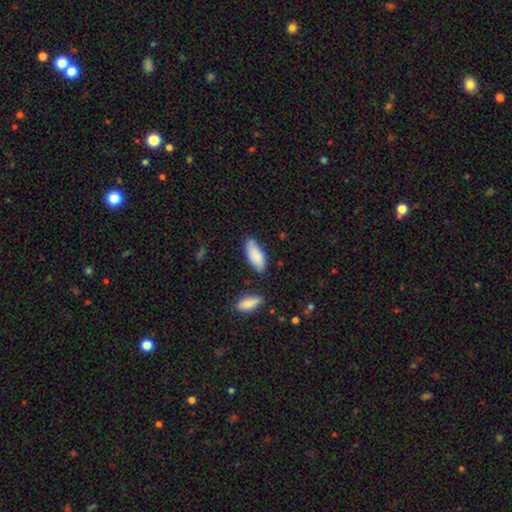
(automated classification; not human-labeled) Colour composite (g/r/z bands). It shows a smooth galaxy with no disk features (82%) that is in between round and cigar-shaped (81%). Merging: none (67%).